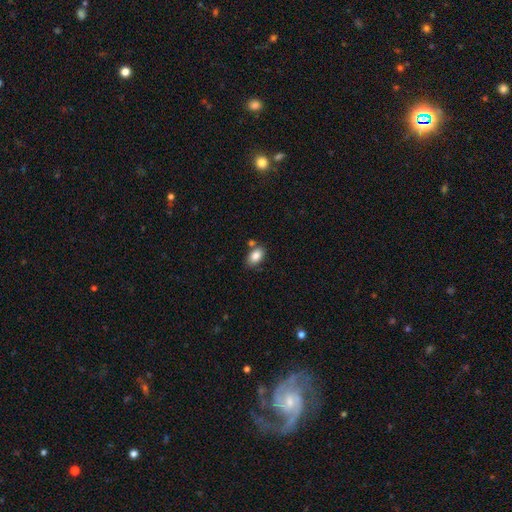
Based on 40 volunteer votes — A smooth galaxy with no disk features (88%) that is in between round and cigar-shaped (97%).

Vote fractions:
- Smooth or featured? smooth: 88% / star or artifact: 10% / featured or disk: 2%
- How rounded? in between: 97% / round: 3% / cigar-shaped: 0%
- Merging? none: 86% / minor disturbance: 11% / major disturbance: 3% / merger: 0%